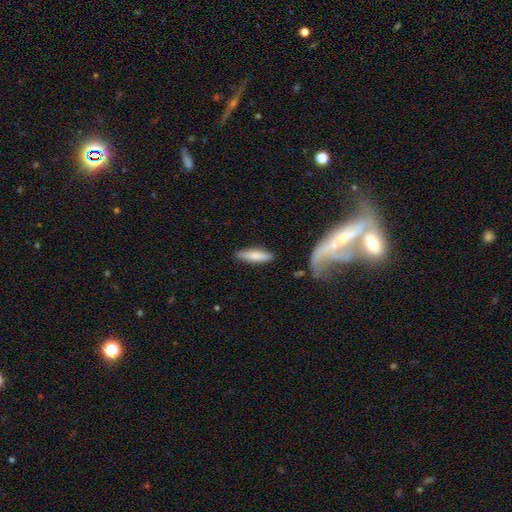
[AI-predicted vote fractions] Smooth or featured? Predicted: smooth (p=0.78). How rounded? Predicted: cigar-shaped (p=0.66). Merging? Predicted: none (p=0.84).